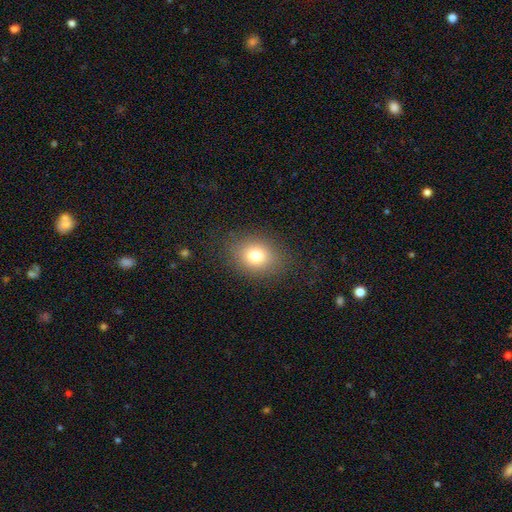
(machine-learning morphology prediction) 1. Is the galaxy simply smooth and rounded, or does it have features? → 77% smooth, 13% star or artifact, 10% featured or disk.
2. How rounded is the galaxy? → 51% in between, 48% round, 1% cigar-shaped.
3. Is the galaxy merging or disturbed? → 84% none, 10% minor disturbance, 5% major disturbance, 1% merger.